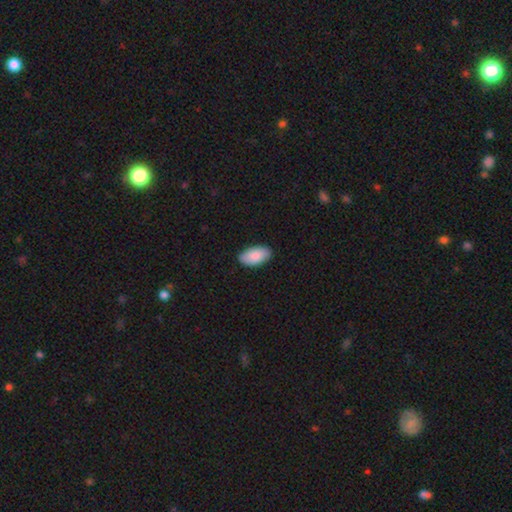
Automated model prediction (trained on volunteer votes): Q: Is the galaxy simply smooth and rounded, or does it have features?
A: smooth — 88%.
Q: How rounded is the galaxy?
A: in between — 96%.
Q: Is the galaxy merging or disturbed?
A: none — 87%.